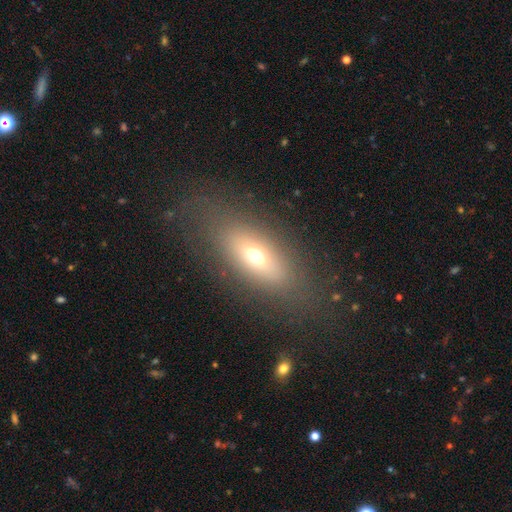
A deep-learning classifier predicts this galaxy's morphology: This appears to be a smooth galaxy with no disk features (60%) that is in between round and cigar-shaped (73%). Merging: none (74%).